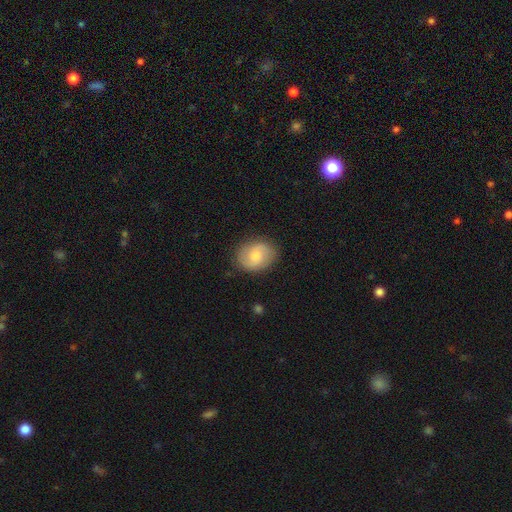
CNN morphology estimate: type=smooth (47%); merging=none (82%).